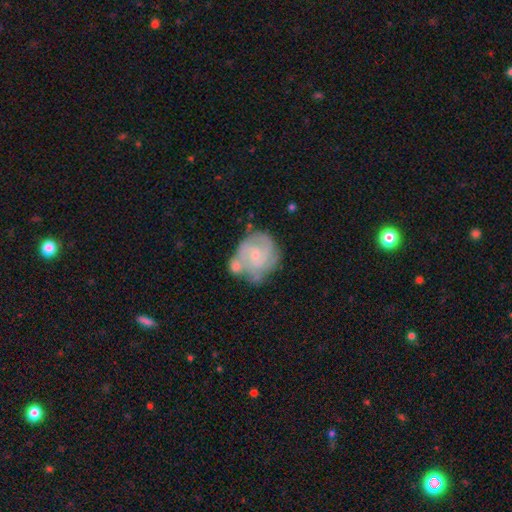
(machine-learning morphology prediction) A featured or disk galaxy (69%) with no bar (61%), tight (59%) spiral arms (86%) and a small central bulge (63%).

Vote fractions:
- Smooth or featured? featured or disk: 69% / smooth: 25% / star or artifact: 6%
- Edge-on disk? no: 98% / yes: 2%
- Bar? no: 61% / weak: 34% / strong: 5%
- Spiral arms? yes: 86% / no: 14%
- Spiral winding? tight: 59% / medium: 32% / loose: 9%
- Spiral arm count? can't tell: 35% / 2: 34% / 3: 18% / 4: 5% / 1: 5% / more than 4: 3%
- Bulge size? small: 63% / moderate: 26% / none: 8% / large: 2% / dominant: 1%
- Merging? none: 40% / merger: 30% / minor disturbance: 21% / major disturbance: 10%